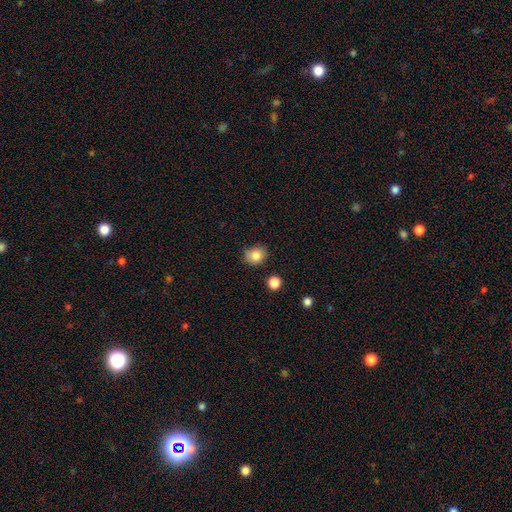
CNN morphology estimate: smooth_or_featured: smooth (p=0.83) [alt: star or artifact p=0.10]
how_rounded: round (p=0.68) [alt: in between p=0.31]
merging: none (p=0.77) [alt: minor disturbance p=0.16]